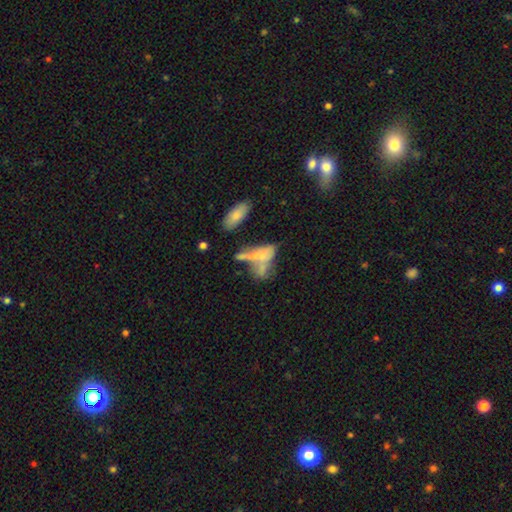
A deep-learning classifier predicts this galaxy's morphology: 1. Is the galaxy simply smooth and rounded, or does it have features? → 43% smooth, 41% featured or disk, 16% star or artifact.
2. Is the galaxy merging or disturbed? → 39% merger, 28% none, 18% major disturbance, 15% minor disturbance.